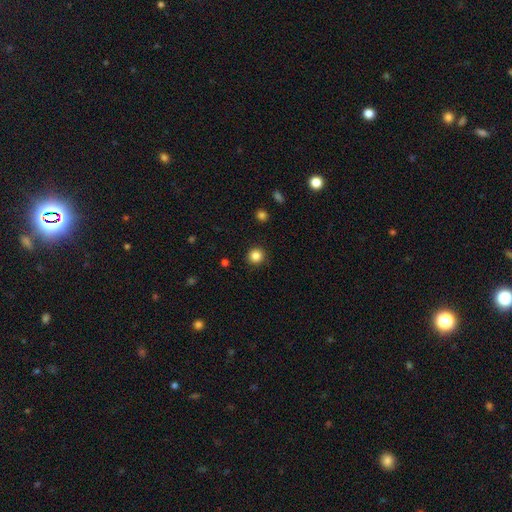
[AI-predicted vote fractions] This appears to be a smooth galaxy with no disk features (85%) that is round (93%). Merging: none (91%).